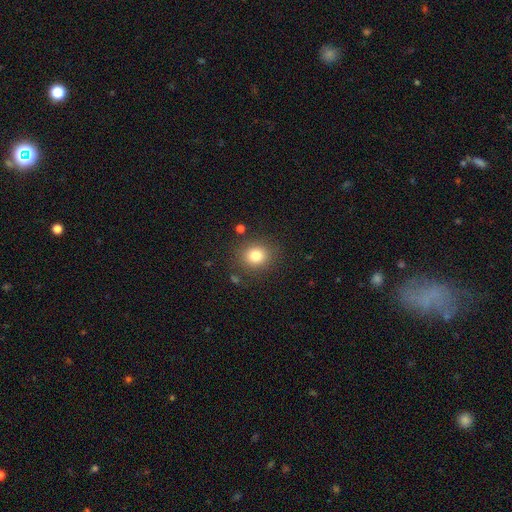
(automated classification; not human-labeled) Smooth or featured? Predicted: smooth (p=0.81). How rounded? Predicted: round (p=0.79). Merging? Predicted: none (p=0.85).